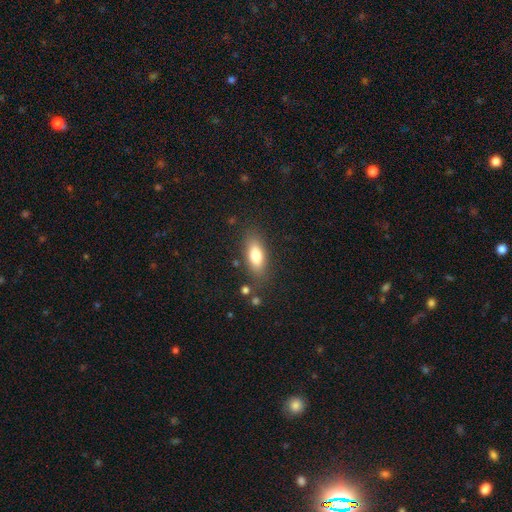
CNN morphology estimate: smooth 78%, featured or disk 15%, star or artifact 7%. Down the decision tree: how rounded — in between (77%); merging — none (81%).